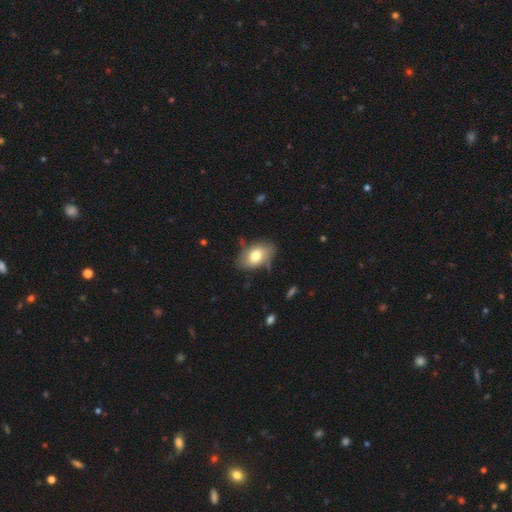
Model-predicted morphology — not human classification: Smooth or featured?
  - smooth: 74% *
  - featured or disk: 19%
  - star or artifact: 7%
How rounded?
  - in between: 90% *
  - round: 8%
  - cigar-shaped: 2%
Merging?
  - none: 72% *
  - minor disturbance: 20%
  - major disturbance: 5%
  - merger: 3%